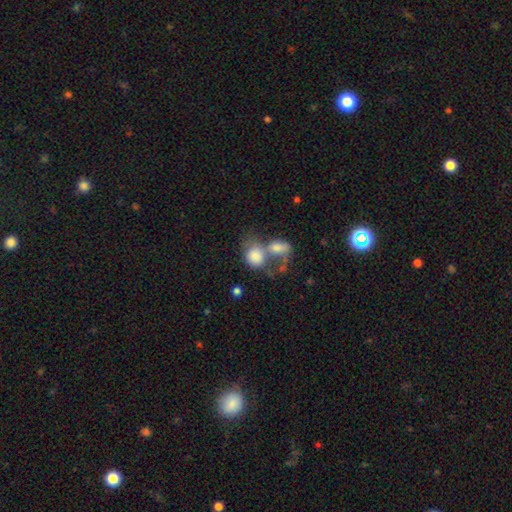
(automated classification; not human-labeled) The model was most divided on "how rounded": round: 50%, in between: 49%, cigar-shaped: 2%. More confident: smooth or featured — smooth (80%); merging — merger (62%).